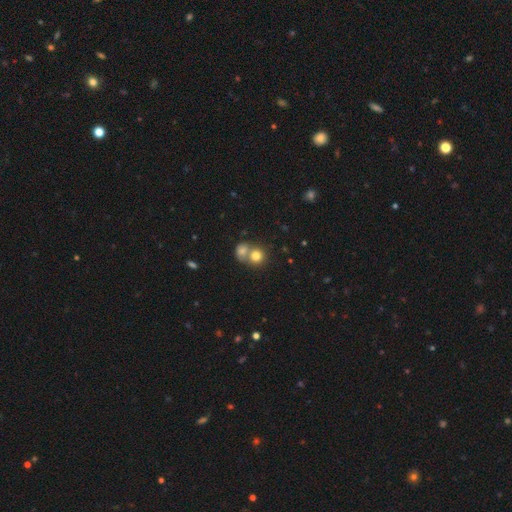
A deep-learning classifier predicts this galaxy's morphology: smooth-or-featured: smooth: 77% | featured or disk: 12% | star or artifact: 11%
  how-rounded: round: 81% | in between: 18% | cigar-shaped: 1%
  merging: merger: 51% | none: 38% | minor disturbance: 7% | major disturbance: 3%